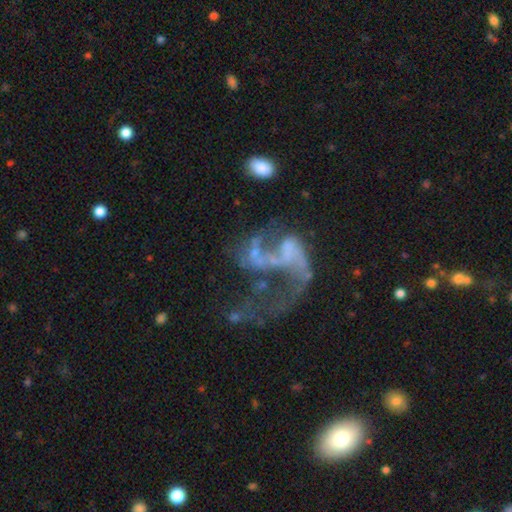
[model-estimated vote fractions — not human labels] smooth_or_featured: featured or disk (p=0.73) [alt: smooth p=0.14]
disk_edge_on: no (p=0.98) [alt: yes p=0.02]
bar: no (p=0.66) [alt: weak p=0.24]
has_spiral_arms: yes (p=0.55) [alt: no p=0.45]
bulge_size: none (p=0.63) [alt: small p=0.22]
merging: major disturbance (p=0.44) [alt: merger p=0.25]